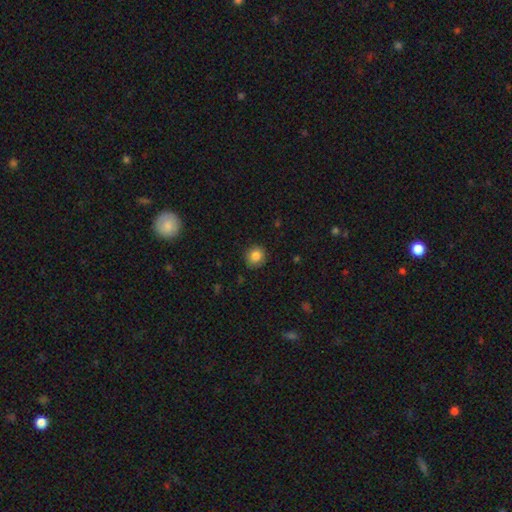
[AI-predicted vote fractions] Overall: smooth (85%). How rounded: round (87%). Merging: none (89%).